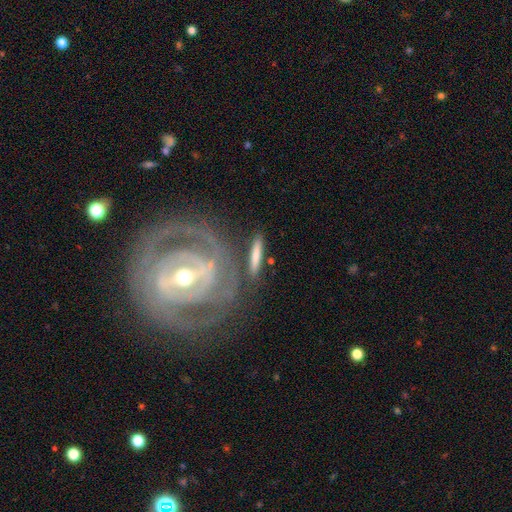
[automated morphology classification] A smooth galaxy with no disk features (65%) that is cigar-shaped (85%). Merging: none (75%).